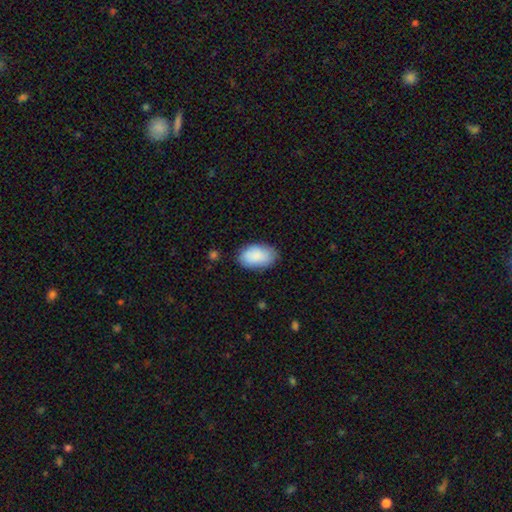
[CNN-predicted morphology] A smooth galaxy with no disk features (87%) that is in between round and cigar-shaped (93%).

Vote fractions:
- Smooth or featured? smooth: 87% / featured or disk: 7% / star or artifact: 6%
- How rounded? in between: 93% / round: 6% / cigar-shaped: 1%
- Merging? none: 78% / minor disturbance: 17% / major disturbance: 4% / merger: 1%